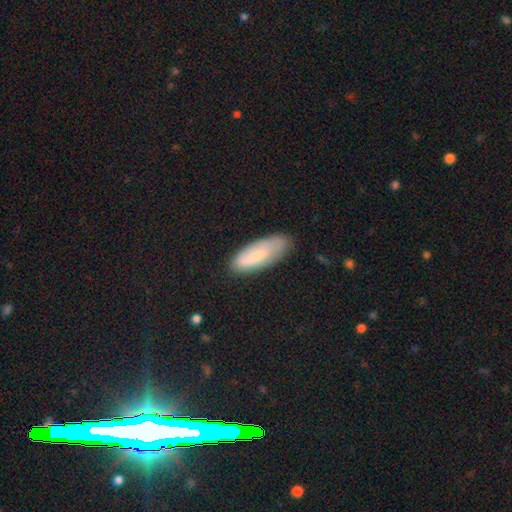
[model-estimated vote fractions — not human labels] Smooth or featured? Predicted: smooth (p=0.69). How rounded? Predicted: in between (p=0.66). Merging? Predicted: none (p=0.75).